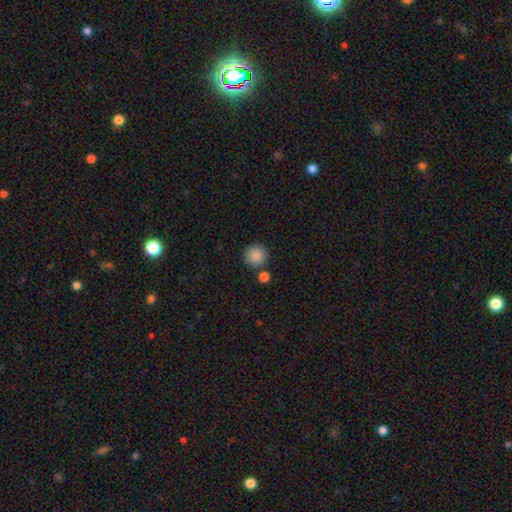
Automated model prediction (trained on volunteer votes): Morphology: type=smooth (87%); roundness=round (94%); merging=none (83%).